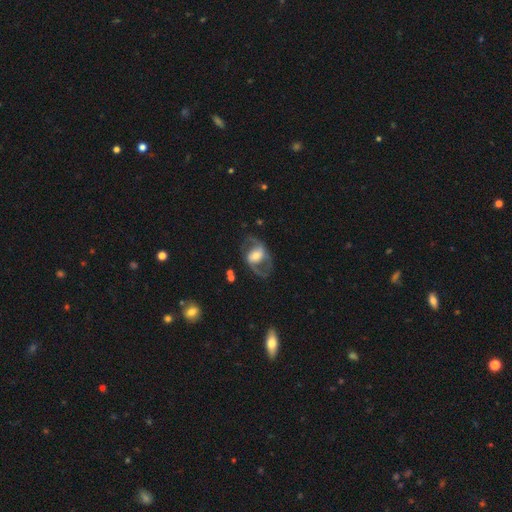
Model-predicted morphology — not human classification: Smooth or featured? Predicted: featured or disk (p=0.77). Edge-on disk? Predicted: no (p=0.96). Bar? Predicted: no (p=0.35, tied with weak). Spiral arms? Predicted: yes (p=0.81). Spiral winding? Predicted: medium (p=0.51). Spiral arm count? Predicted: 2 (p=0.87). Bulge size? Predicted: moderate (p=0.54). Merging? Predicted: none (p=0.68).